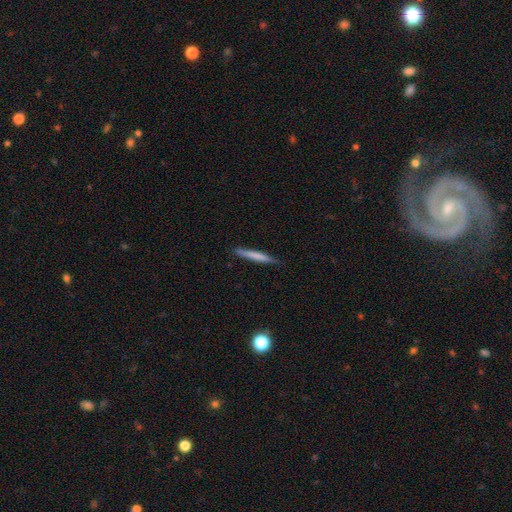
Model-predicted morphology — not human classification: smooth 66%, featured or disk 28%, star or artifact 6%. Down the decision tree: how rounded — cigar-shaped (96%); merging — none (86%).